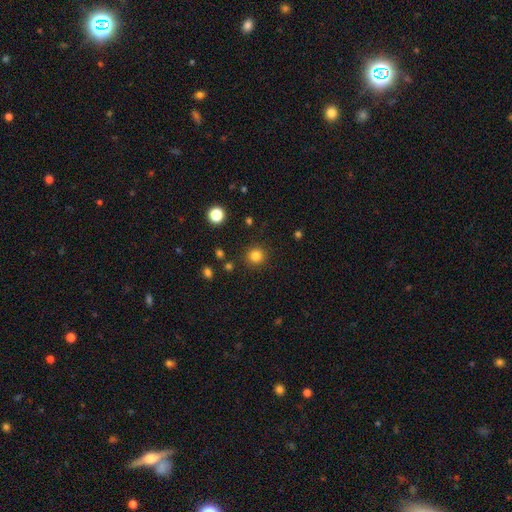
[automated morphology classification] Overall: smooth (83%). How rounded: round (93%). Merging: none (90%).